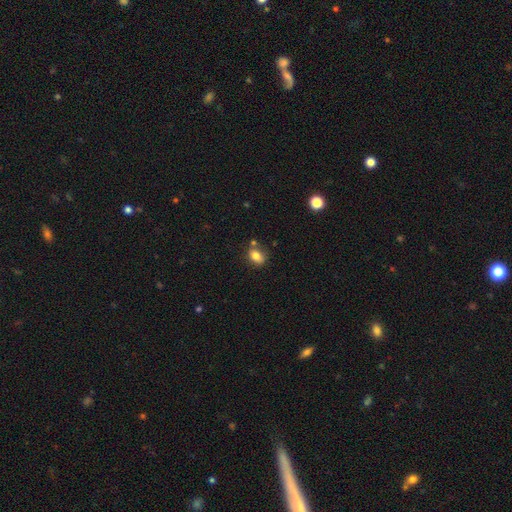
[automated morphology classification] Smooth or featured?
  - smooth: 80% *
  - star or artifact: 10%
  - featured or disk: 10%
How rounded?
  - in between: 68% *
  - round: 30%
  - cigar-shaped: 2%
Merging?
  - none: 64% *
  - minor disturbance: 17%
  - merger: 14%
  - major disturbance: 4%